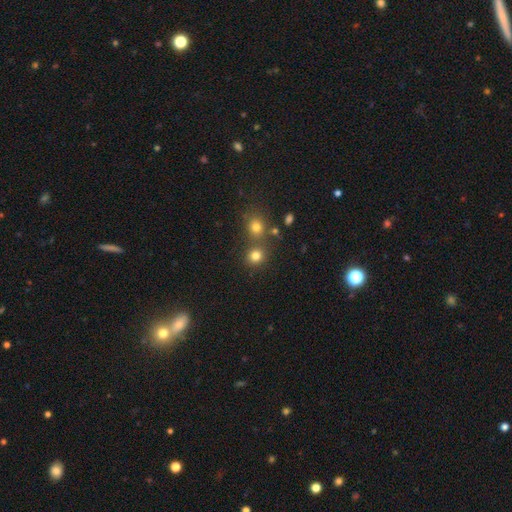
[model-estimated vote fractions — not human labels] Smooth or featured?
  - smooth: 79% *
  - star or artifact: 15%
  - featured or disk: 6%
How rounded?
  - round: 84% *
  - in between: 15%
  - cigar-shaped: 1%
Merging?
  - none: 70% *
  - merger: 20%
  - minor disturbance: 8%
  - major disturbance: 3%